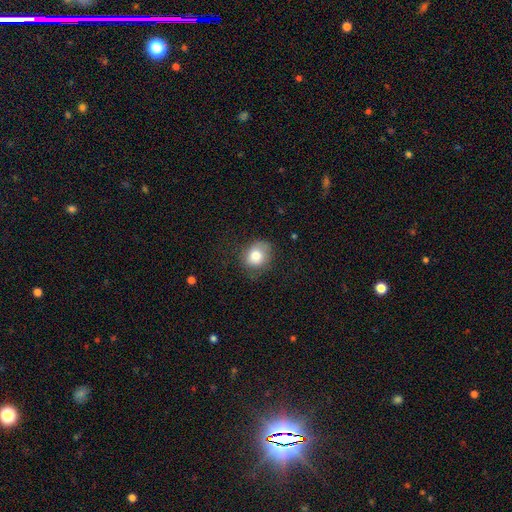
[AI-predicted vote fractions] The model was most divided on "how rounded": round: 65%, in between: 34%, cigar-shaped: 1%. More confident: smooth or featured — smooth (79%); merging — none (64%).